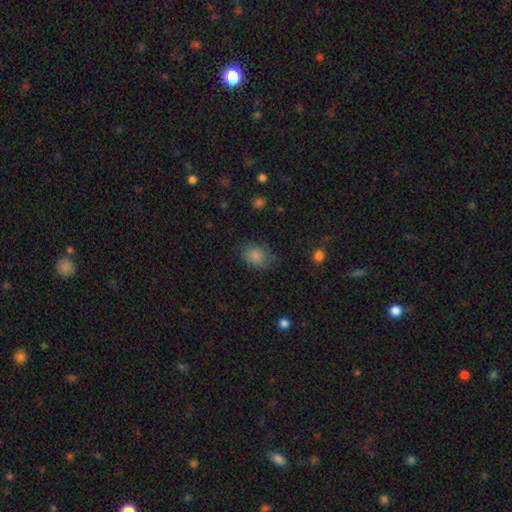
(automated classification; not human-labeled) This is clearly a smooth galaxy (84%). How rounded: possibly in between (55%). Merging: likely none (70%).